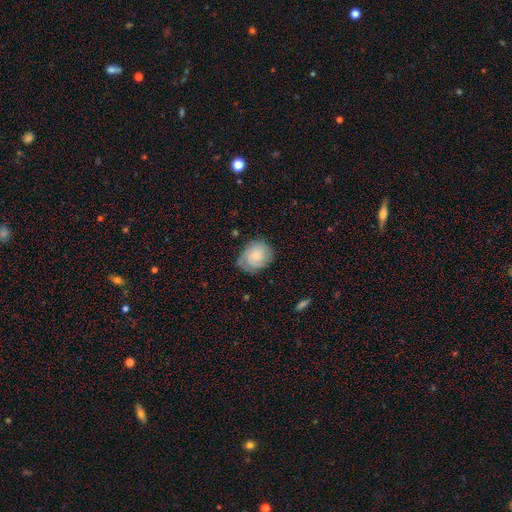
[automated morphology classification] smooth 54%, featured or disk 39%, star or artifact 8%. Down the decision tree: how rounded — round (56%); merging — none (65%).